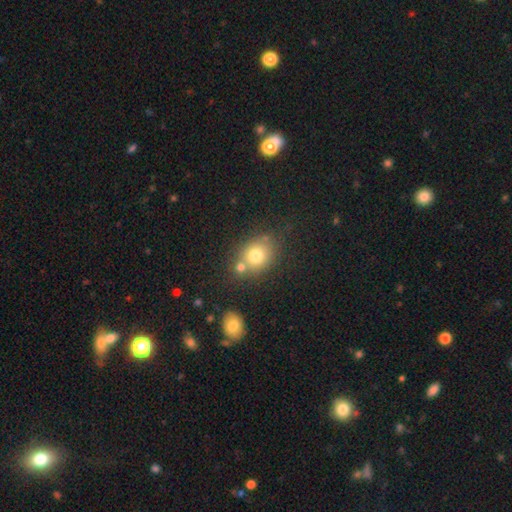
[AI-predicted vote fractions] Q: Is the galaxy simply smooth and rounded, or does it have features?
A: smooth — 75%.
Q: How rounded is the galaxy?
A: round — 66%.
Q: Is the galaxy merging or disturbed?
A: none — 58%.